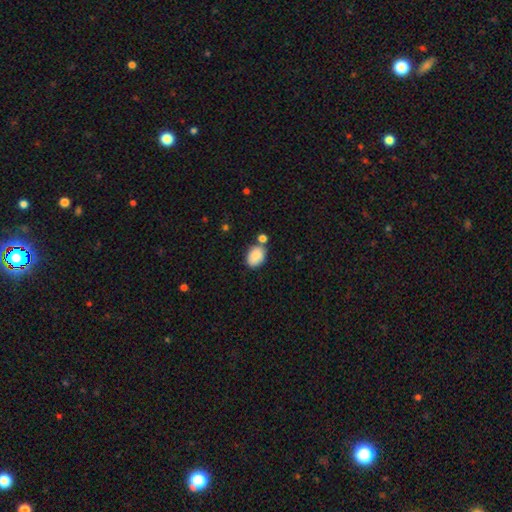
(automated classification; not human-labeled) smooth-or-featured: smooth: 87% | star or artifact: 7% | featured or disk: 6%
  how-rounded: in between: 79% | round: 20% | cigar-shaped: 1%
  merging: none: 65% | merger: 16% | minor disturbance: 15% | major disturbance: 4%